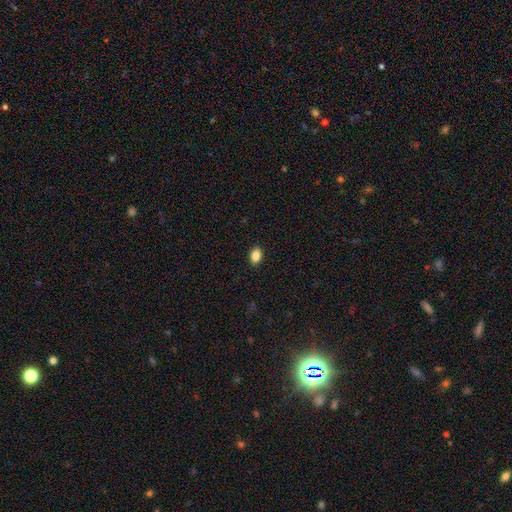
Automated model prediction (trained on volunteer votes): A smooth galaxy with no disk features (87%) that is in between round and cigar-shaped (83%). Merging: none (90%).